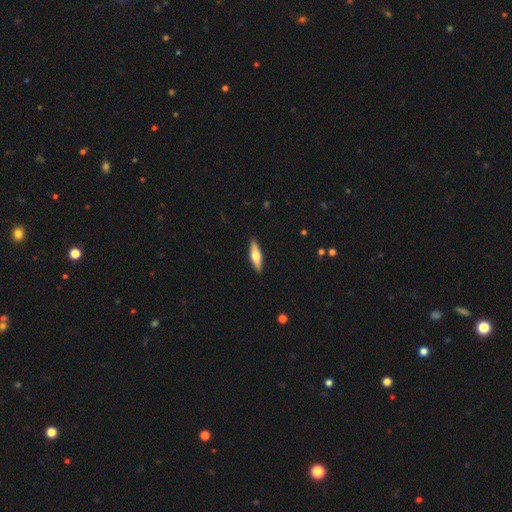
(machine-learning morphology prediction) smooth 48%, featured or disk 47%, star or artifact 5%. Down the decision tree: merging — none (91%).